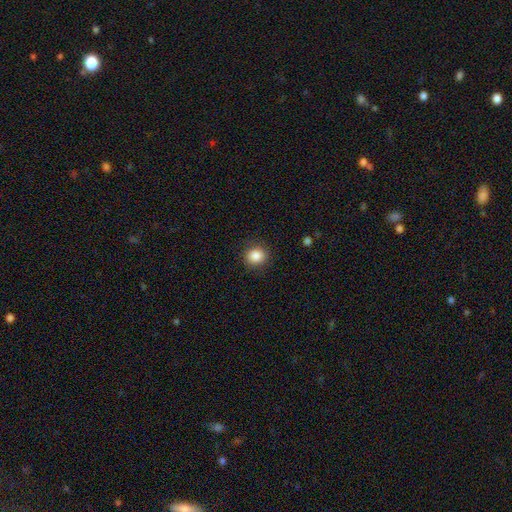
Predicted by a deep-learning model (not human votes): Smooth or featured?
  - smooth: 86% *
  - star or artifact: 10%
  - featured or disk: 5%
How rounded?
  - round: 84% *
  - in between: 15%
  - cigar-shaped: 1%
Merging?
  - none: 89% *
  - minor disturbance: 8%
  - major disturbance: 2%
  - merger: 1%